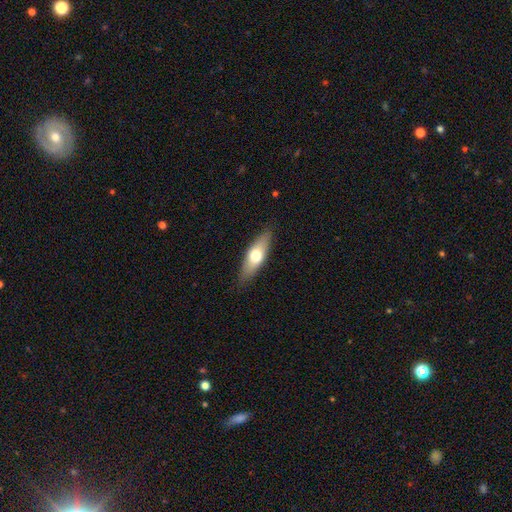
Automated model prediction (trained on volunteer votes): Morphology: type=smooth (60%); roundness=in between (57%); merging=none (85%).